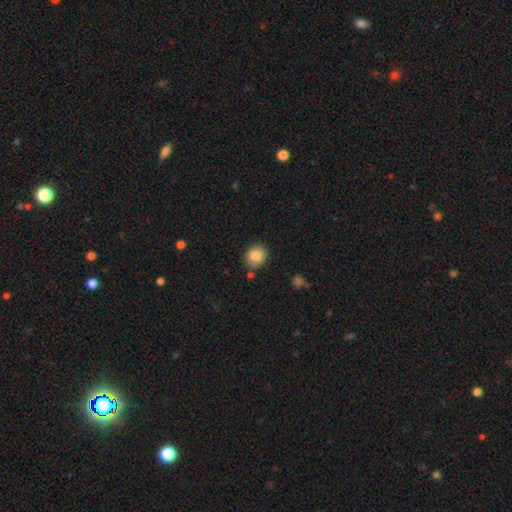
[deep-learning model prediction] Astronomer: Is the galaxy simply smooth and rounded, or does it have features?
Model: smooth — 84%.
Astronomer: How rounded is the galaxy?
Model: round — 73%.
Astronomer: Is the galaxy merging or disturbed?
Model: none — 81%.